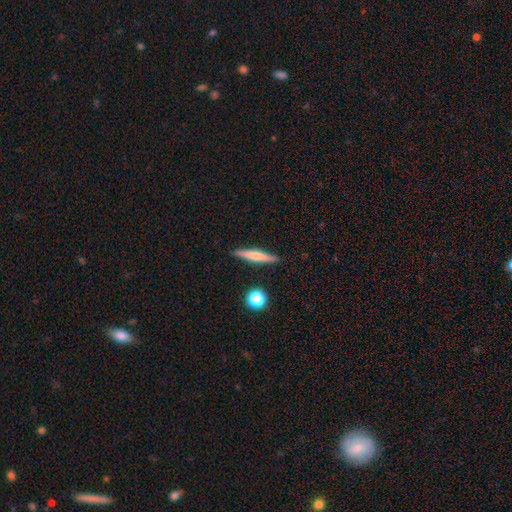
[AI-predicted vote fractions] smooth 56%, featured or disk 37%, star or artifact 7%. Down the decision tree: how rounded — cigar-shaped (92%); merging — none (89%).